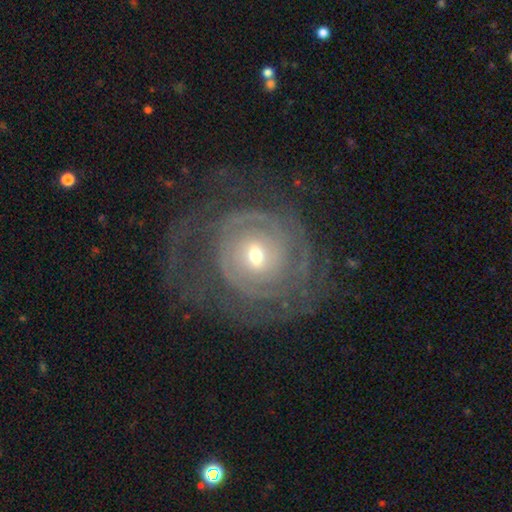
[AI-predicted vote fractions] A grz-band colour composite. It shows a featured or disk galaxy (84%) with no bar (61%), tight (71%) spiral arms (92%) and a small central bulge (57%). Merging: none (61%).